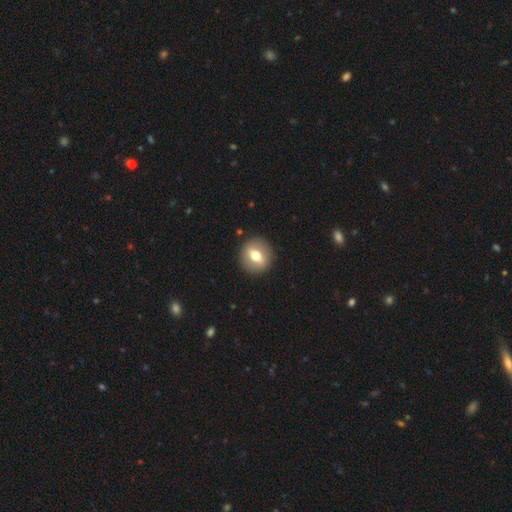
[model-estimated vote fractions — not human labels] Q: Smooth or featured?
A: smooth (50%); runner-up: featured or disk (42%)
Q: Merging?
A: none (90%); runner-up: minor disturbance (7%)